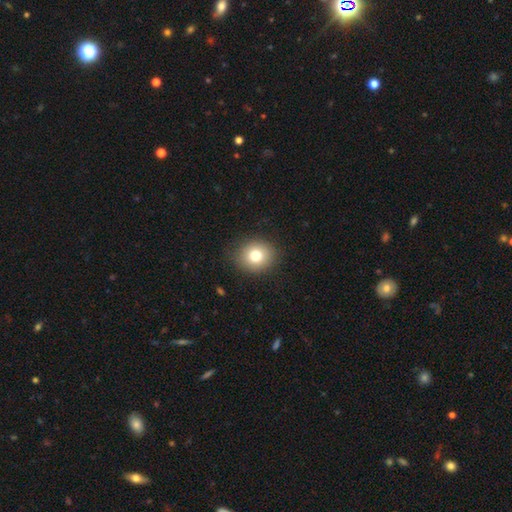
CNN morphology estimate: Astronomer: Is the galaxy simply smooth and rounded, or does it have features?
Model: smooth — 78%.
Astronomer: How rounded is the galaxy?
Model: round — 76%.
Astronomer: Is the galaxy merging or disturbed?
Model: none — 87%.